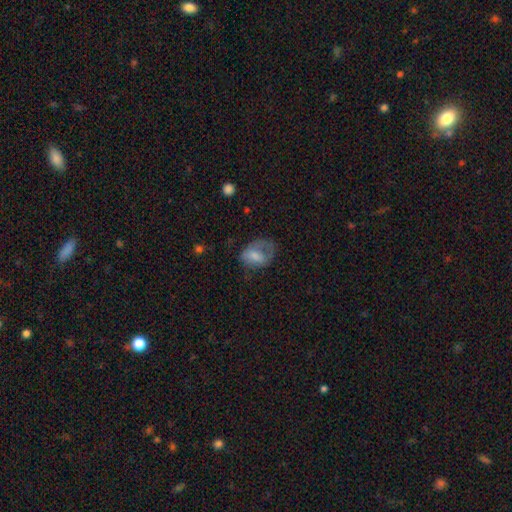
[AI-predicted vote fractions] The model was most divided on "merging": major disturbance: 36%, none: 34%, minor disturbance: 28%, merger: 2%. More confident: how rounded — in between (72%); smooth or featured — smooth (61%).